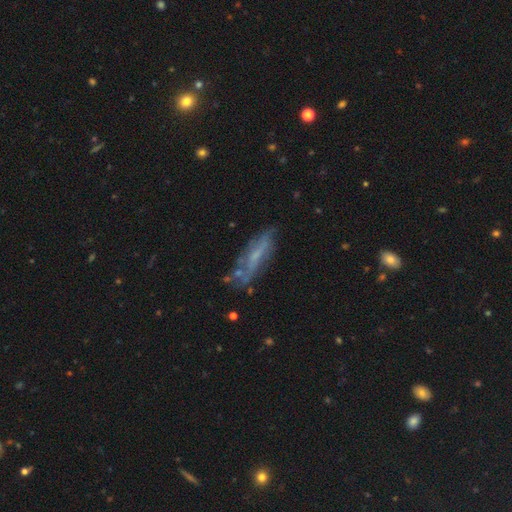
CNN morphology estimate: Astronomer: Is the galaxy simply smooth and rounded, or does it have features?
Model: featured or disk — 54% (runner-up: smooth, 36%).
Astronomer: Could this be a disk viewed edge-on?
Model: no — 61% (runner-up: yes, 39%).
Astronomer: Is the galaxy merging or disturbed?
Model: none — 62%.